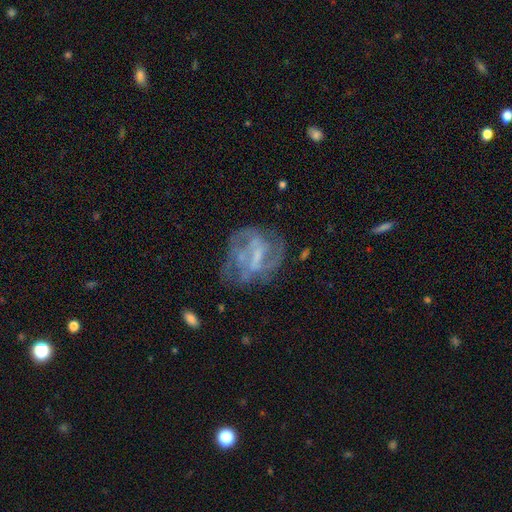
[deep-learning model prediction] Smooth or featured: featured or disk — 73% (smooth — 16%)
Edge-on disk: no — 96% (yes — 4%)
Bar: weak — 45% (strong — 29%)
Spiral arms: yes — 63% (no — 37%)
Bulge size: none — 37% (tied with small — 37%)
Merging: none — 52% (major disturbance — 23%)